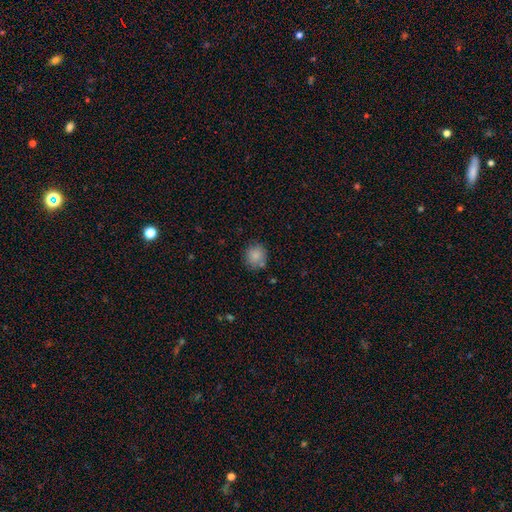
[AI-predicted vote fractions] A smooth galaxy with no disk features (85%) that is round (87%). Merging: none (77%).